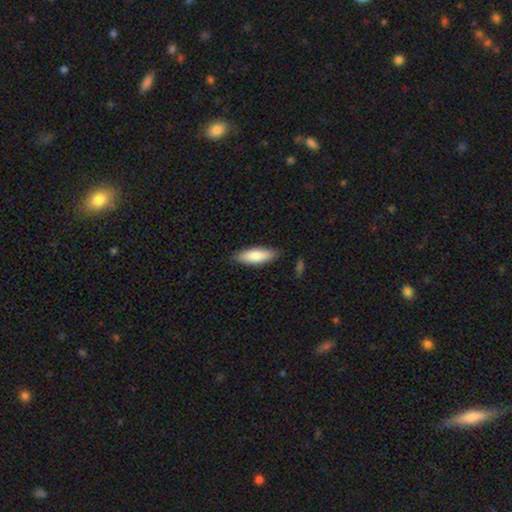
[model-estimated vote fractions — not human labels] smooth_or_featured: smooth (p=0.79) [alt: featured or disk p=0.15]
how_rounded: in between (p=0.57) [alt: cigar-shaped p=0.41]
merging: none (p=0.85) [alt: minor disturbance p=0.12]